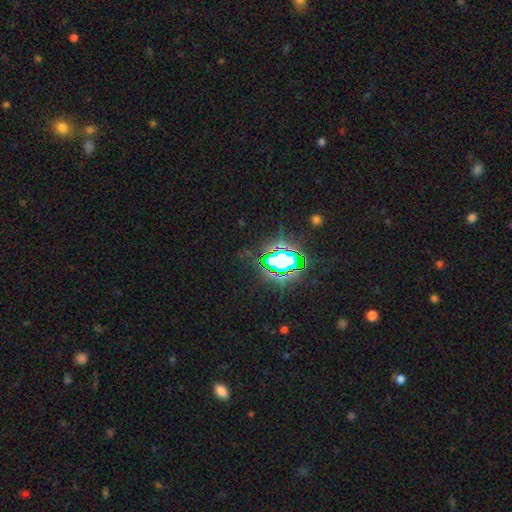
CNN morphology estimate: A star or artifact, not a galaxy (81%).